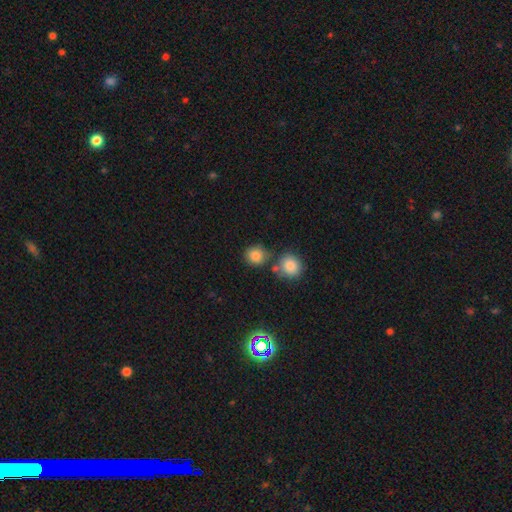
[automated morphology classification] The model was most divided on "merging": none: 65%, merger: 20%, minor disturbance: 11%, major disturbance: 4%. More confident: how rounded — round (86%); smooth or featured — smooth (85%).